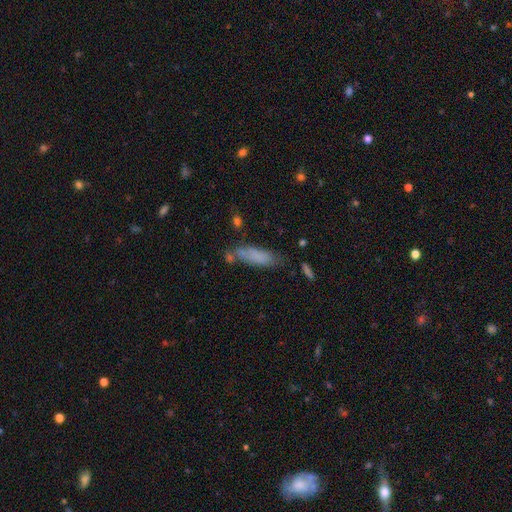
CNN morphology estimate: smooth_or_featured: smooth (p=0.77) [alt: featured or disk p=0.14]
how_rounded: cigar-shaped (p=0.52) [alt: in between p=0.46]
merging: none (p=0.59) [alt: minor disturbance p=0.23]